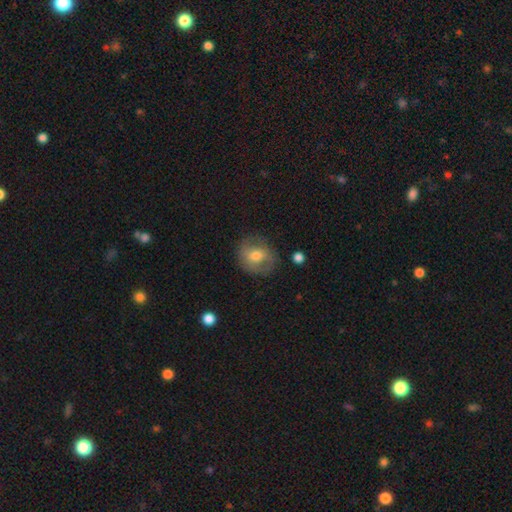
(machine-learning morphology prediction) This appears to be a smooth galaxy with no disk features (58%) that is round (67%). Merging: none (75%).